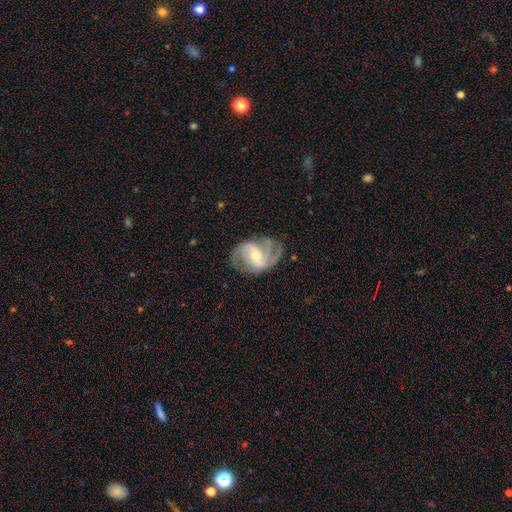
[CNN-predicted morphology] Smooth or featured: featured or disk — 88% (smooth — 7%)
Edge-on disk: no — 97% (yes — 3%)
Bar: weak — 45% (strong — 33%)
Spiral arms: yes — 96% (no — 4%)
Spiral winding: medium — 50% (loose — 26%)
Spiral arm count: 2 — 51% (3 — 25%)
Bulge size: moderate — 51% (small — 45%)
Merging: none — 69% (minor disturbance — 19%)